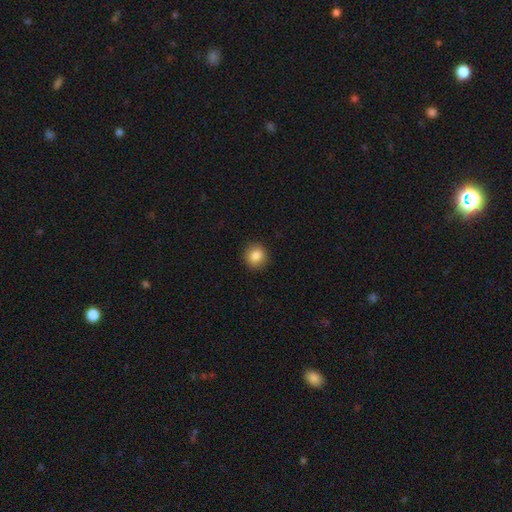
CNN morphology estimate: smooth_or_featured: smooth (p=0.85) [alt: star or artifact p=0.09]
how_rounded: round (p=0.85) [alt: in between p=0.14]
merging: none (p=0.90) [alt: minor disturbance p=0.07]